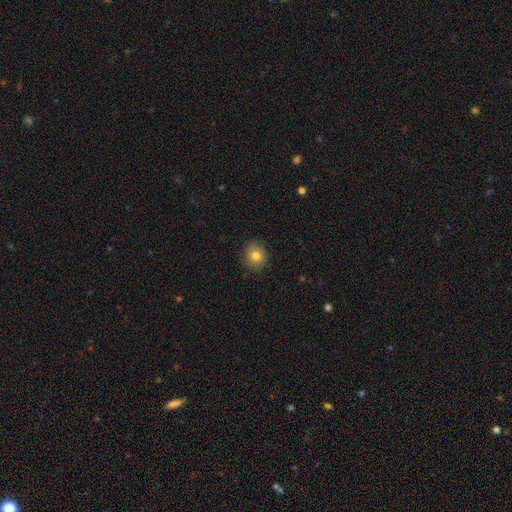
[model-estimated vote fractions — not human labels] Smooth or featured?
  - smooth: 78% *
  - star or artifact: 12%
  - featured or disk: 10%
How rounded?
  - round: 88% *
  - in between: 11%
  - cigar-shaped: 1%
Merging?
  - none: 87% *
  - minor disturbance: 10%
  - major disturbance: 2%
  - merger: 1%